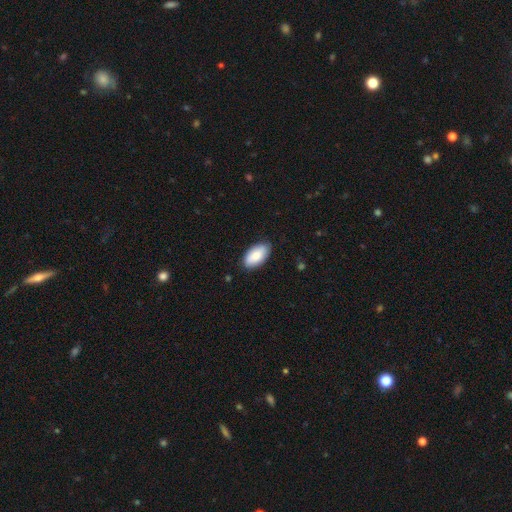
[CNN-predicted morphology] Smooth or featured? smooth (82%)
How rounded? in between (95%)
Merging? none (86%)